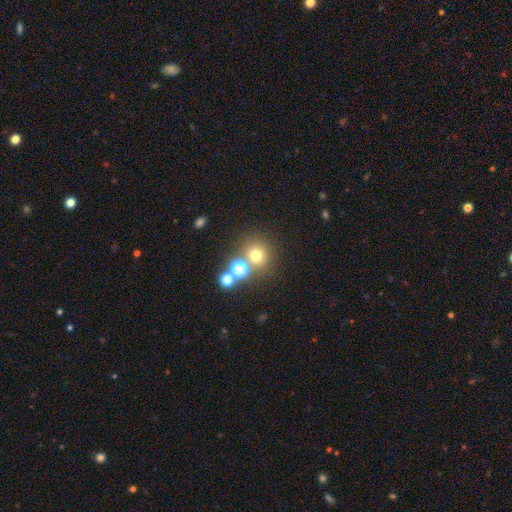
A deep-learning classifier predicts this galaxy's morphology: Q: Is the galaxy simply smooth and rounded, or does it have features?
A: smooth — 69%.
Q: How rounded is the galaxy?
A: round — 90%.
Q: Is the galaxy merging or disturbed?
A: none — 70%.